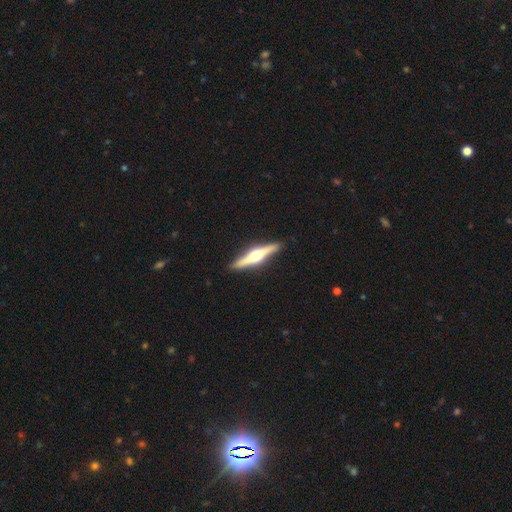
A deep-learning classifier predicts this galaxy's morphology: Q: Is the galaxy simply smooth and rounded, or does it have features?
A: featured or disk — 76%.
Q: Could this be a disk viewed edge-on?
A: yes — 98%.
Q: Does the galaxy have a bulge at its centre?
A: rounded — 94%.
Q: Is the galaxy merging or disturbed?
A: none — 90%.